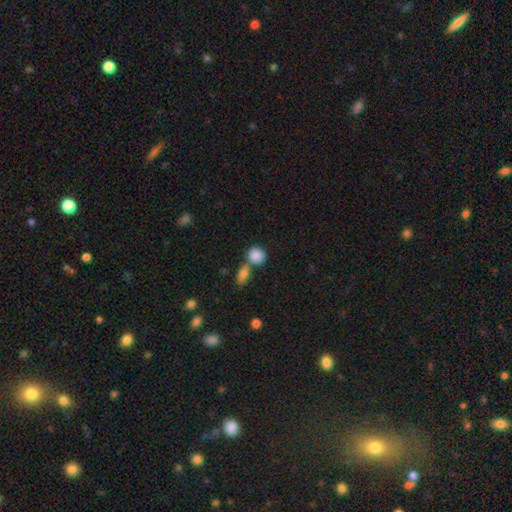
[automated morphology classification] smooth-or-featured: smooth: 87% | star or artifact: 8% | featured or disk: 5%
  how-rounded: round: 74% | in between: 24% | cigar-shaped: 2%
  merging: none: 51% | merger: 36% | minor disturbance: 9% | major disturbance: 3%